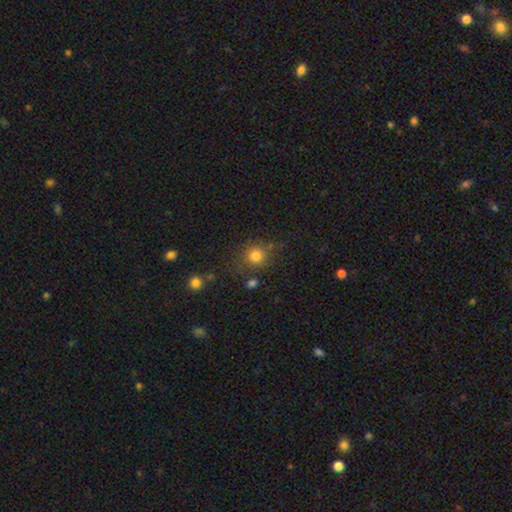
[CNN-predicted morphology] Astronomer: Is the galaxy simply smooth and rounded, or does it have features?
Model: smooth — 78%.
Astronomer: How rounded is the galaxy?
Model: round — 83%.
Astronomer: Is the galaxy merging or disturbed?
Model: none — 72%.